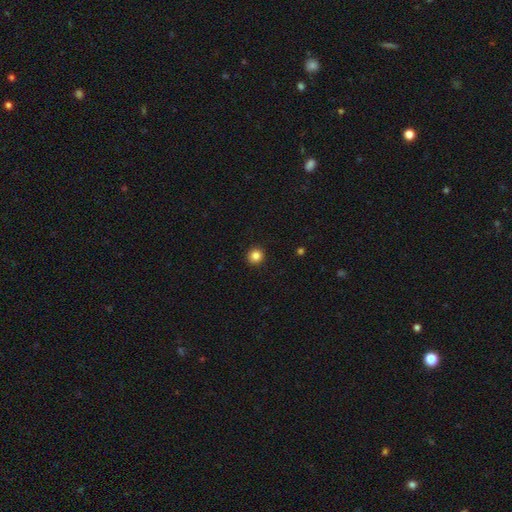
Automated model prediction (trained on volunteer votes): smooth-or-featured: smooth: 85% | star or artifact: 11% | featured or disk: 4%
  how-rounded: round: 93% | in between: 6% | cigar-shaped: 1%
  merging: none: 93% | minor disturbance: 5% | major disturbance: 2% | merger: 1%